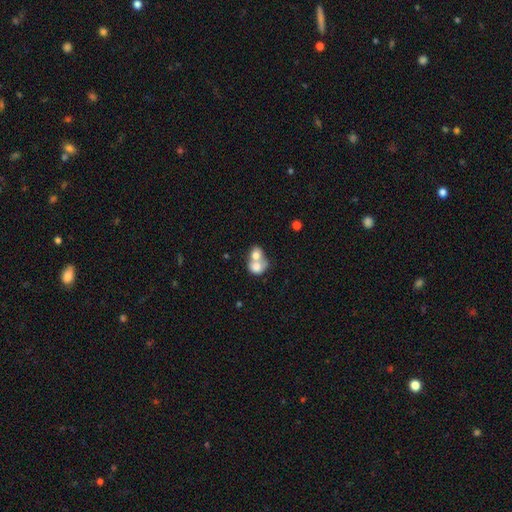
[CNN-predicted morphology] This appears to be a smooth galaxy with no disk features (71%) that is round (57%). Merging: merger (75%).